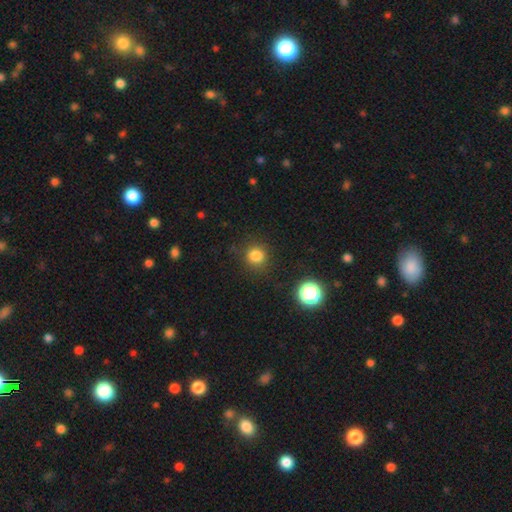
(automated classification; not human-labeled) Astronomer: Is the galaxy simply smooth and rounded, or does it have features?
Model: smooth — 81%.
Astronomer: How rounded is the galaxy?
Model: round — 90%.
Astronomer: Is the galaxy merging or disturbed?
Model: none — 86%.